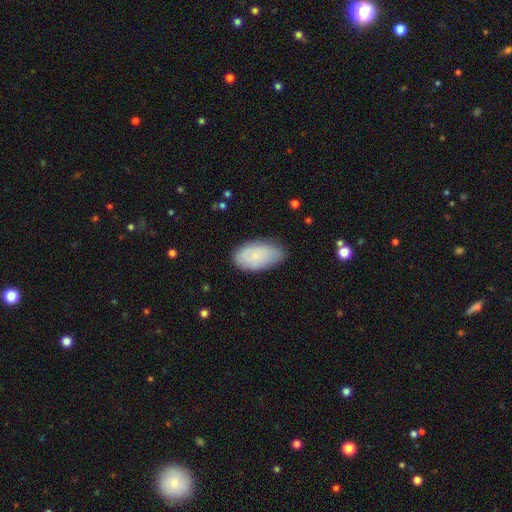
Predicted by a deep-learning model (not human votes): This appears to be a smooth galaxy with no disk features (77%) that is in between round and cigar-shaped (95%). Merging: none (74%).